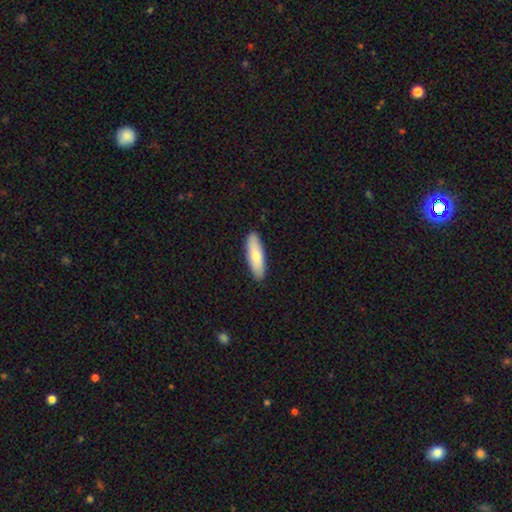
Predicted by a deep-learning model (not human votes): Q: Smooth or featured?
A: smooth (75%); runner-up: featured or disk (20%)
Q: How rounded?
A: cigar-shaped (51%); runner-up: in between (47%)
Q: Merging?
A: none (90%); runner-up: minor disturbance (7%)